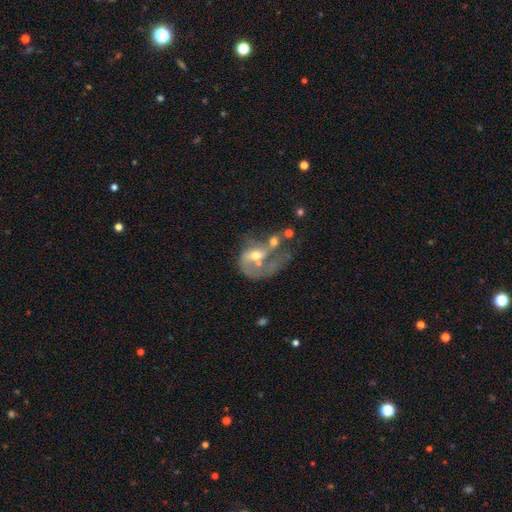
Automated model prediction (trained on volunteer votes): smooth-or-featured: featured or disk: 65% | smooth: 25% | star or artifact: 10%
  disk-edge-on: no: 97% | yes: 3%
    bar: no: 63% | weak: 28% | strong: 9%
    has-spiral-arms: yes: 60% | no: 40%
    bulge-size: moderate: 59% | small: 27% | large: 7% | none: 6% | dominant: 2%
  merging: merger: 46% | major disturbance: 32% | none: 14% | minor disturbance: 9%